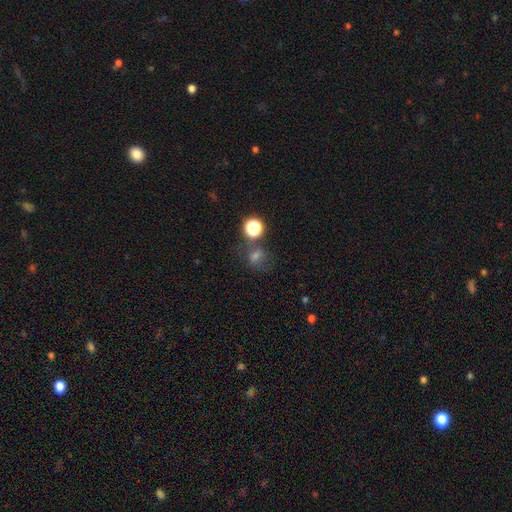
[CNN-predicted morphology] Smooth or featured? Predicted: smooth (p=0.47). Merging? Predicted: none (p=0.62).